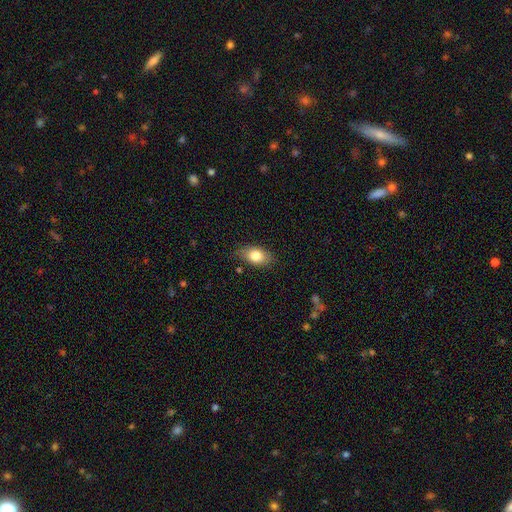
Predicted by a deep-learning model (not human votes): Smooth or featured? smooth (80%)
How rounded? in between (89%)
Merging? none (77%)